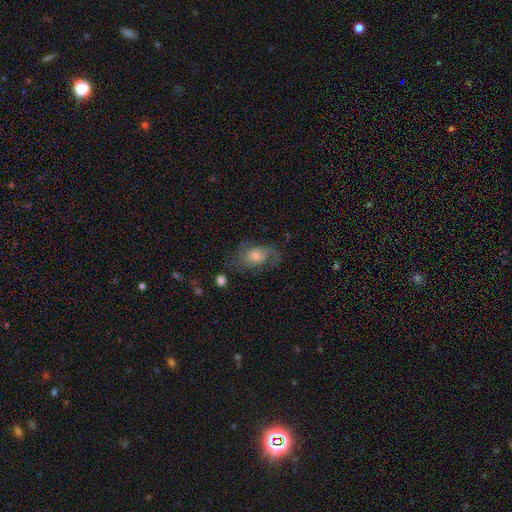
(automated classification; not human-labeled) Overall: featured or disk (66%). Edge-on disk: no (96%). Bar: no (74%). Spiral arms: yes (87%). Spiral arm count: 2 (55%; can't tell 20%). Spiral winding: medium (44%; tight 30%). Bulge size: moderate (51%; small 38%). Merging: none (63%).